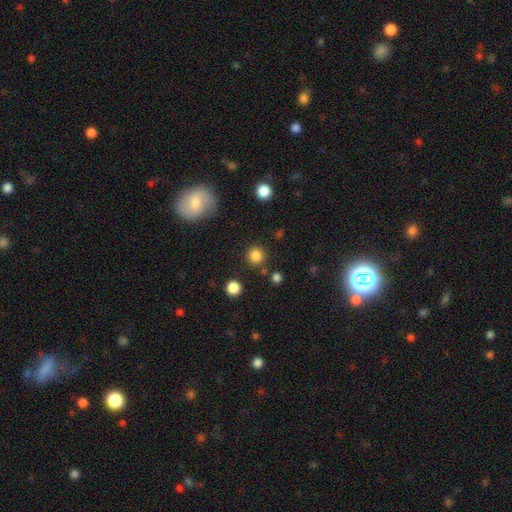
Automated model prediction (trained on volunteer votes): Smooth or featured? Predicted: smooth (p=0.84). How rounded? Predicted: round (p=0.93). Merging? Predicted: none (p=0.85).